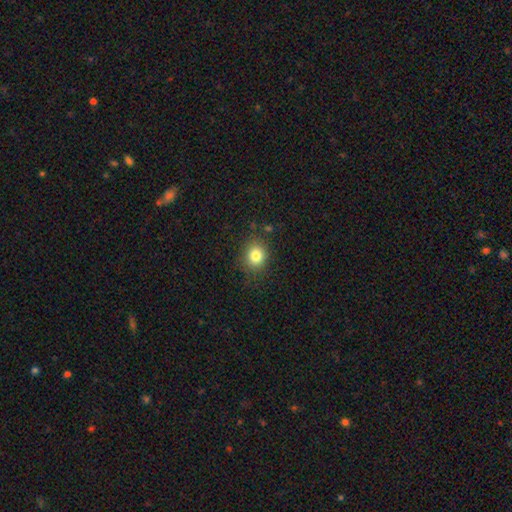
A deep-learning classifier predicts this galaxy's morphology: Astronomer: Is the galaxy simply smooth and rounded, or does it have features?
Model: smooth — 81%.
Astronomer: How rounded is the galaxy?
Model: round — 78%.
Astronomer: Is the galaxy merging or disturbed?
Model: none — 83%.